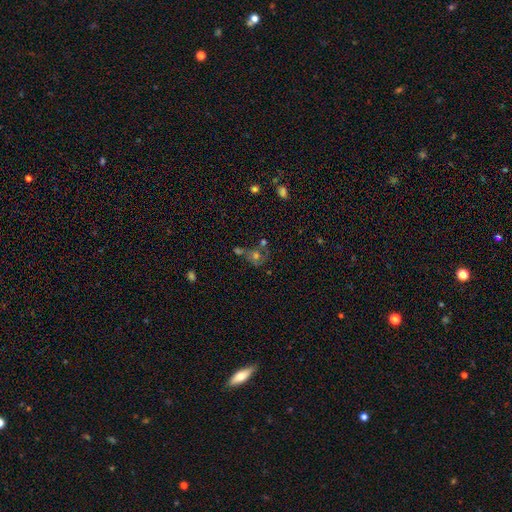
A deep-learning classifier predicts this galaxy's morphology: smooth 38%, featured or disk 36%, star or artifact 26%. Down the decision tree: merging — none (48%).